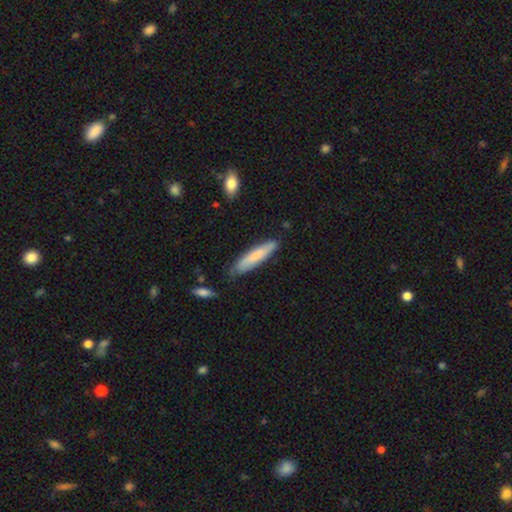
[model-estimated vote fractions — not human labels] Smooth or featured: smooth — 76% (featured or disk — 19%)
How rounded: cigar-shaped — 85% (in between — 14%)
Merging: none — 80% (minor disturbance — 16%)